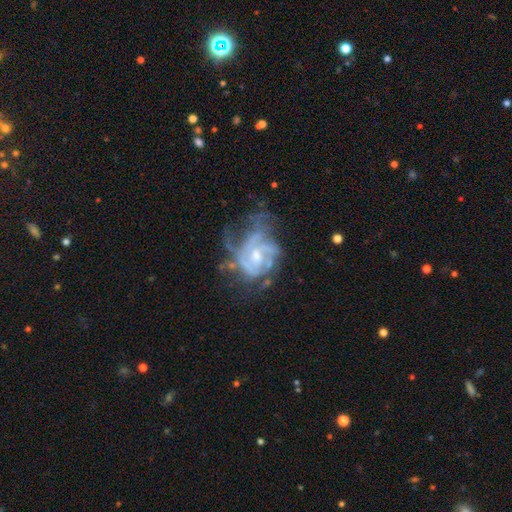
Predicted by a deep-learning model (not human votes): This appears to be a featured or disk galaxy (82%) with no bar (64%), tight (51%) spiral arms (83%) and a moderate central bulge (50%). Merging: none (39%).